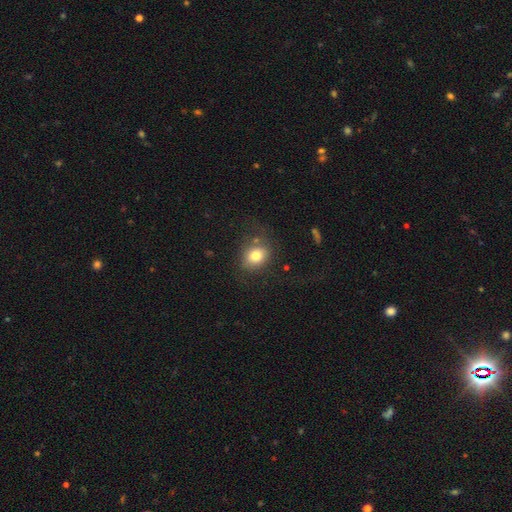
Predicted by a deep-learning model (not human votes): smooth 77%, featured or disk 12%, star or artifact 11%. Down the decision tree: how rounded — round (55%); merging — none (68%).